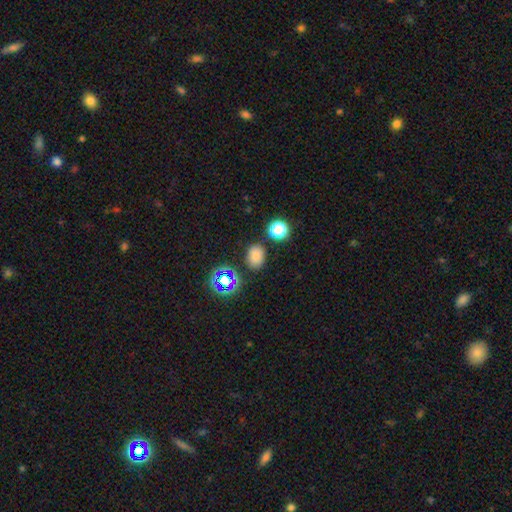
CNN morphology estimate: Smooth or featured: smooth — 74% (star or artifact — 20%)
How rounded: in between — 63% (round — 36%)
Merging: none — 81% (minor disturbance — 11%)